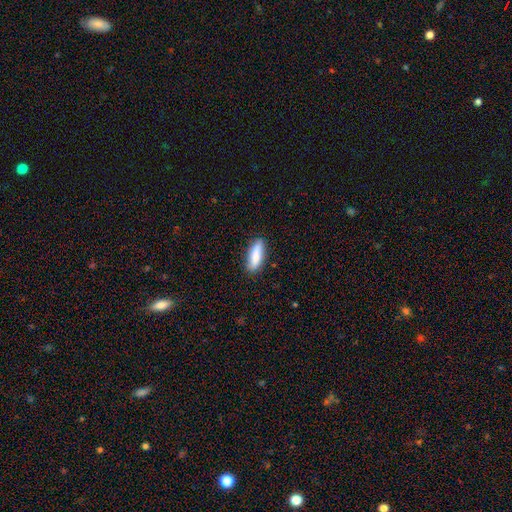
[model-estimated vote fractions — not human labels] A smooth galaxy with no disk features (78%) that is in between round and cigar-shaped (52%).

Vote fractions:
- Smooth or featured? smooth: 78% / featured or disk: 16% / star or artifact: 6%
- How rounded? in between: 52% / cigar-shaped: 46% / round: 2%
- Merging? none: 83% / minor disturbance: 13% / major disturbance: 2% / merger: 1%